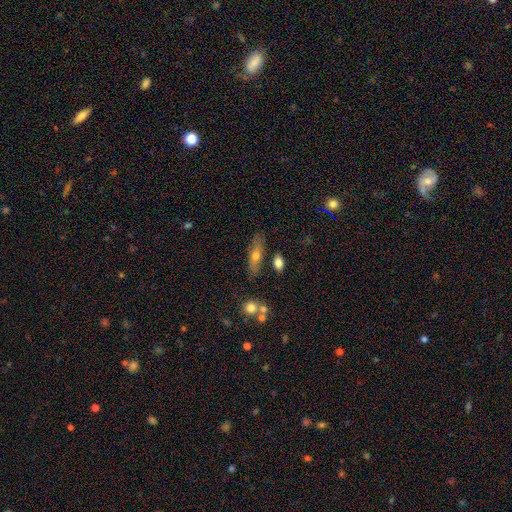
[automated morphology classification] The model was most divided on "how rounded": cigar-shaped: 49%, in between: 47%, round: 4%. More confident: merging — none (73%); smooth or featured — smooth (59%).